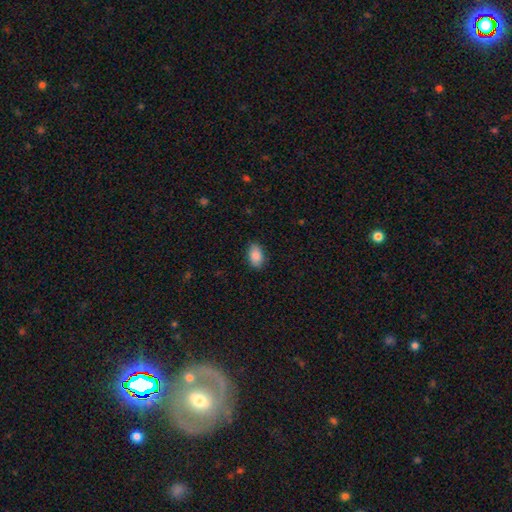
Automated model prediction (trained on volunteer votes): smooth 87%, star or artifact 7%, featured or disk 6%. Down the decision tree: how rounded — in between (90%); merging — none (86%).